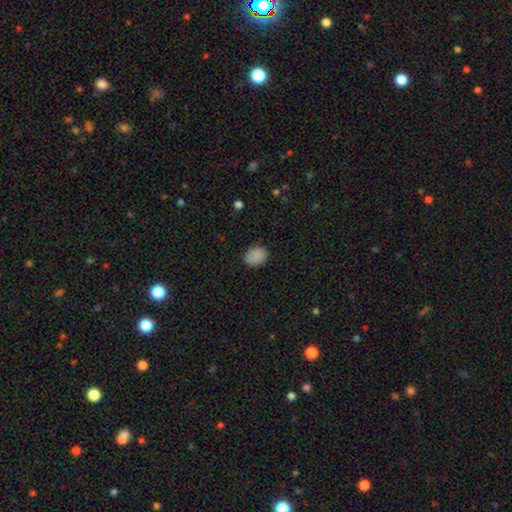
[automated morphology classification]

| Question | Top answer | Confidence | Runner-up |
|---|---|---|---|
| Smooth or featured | smooth | 88% | star or artifact (9%) |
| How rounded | in between | 66% | round (33%) |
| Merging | none | 87% | minor disturbance (9%) |